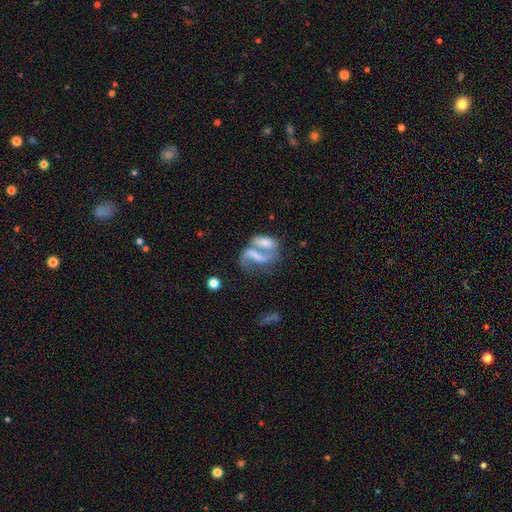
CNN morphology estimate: Smooth or featured? featured or disk (60%)
Edge-on disk? no (95%)
Bar? no (37%)
Spiral arms? yes (65%)
Bulge size? none (50%)
Merging? merger (56%)